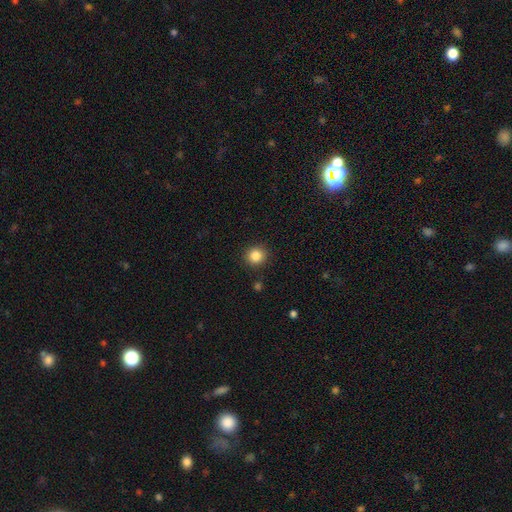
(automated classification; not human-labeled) Overall: smooth (85%). How rounded: round (91%). Merging: none (90%).